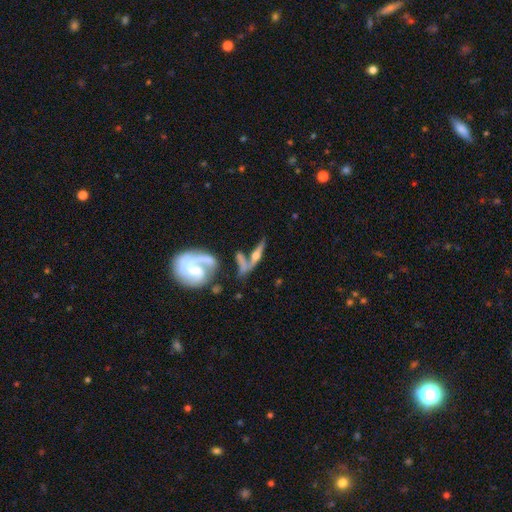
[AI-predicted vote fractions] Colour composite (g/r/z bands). It shows a featured or disk galaxy (70%) viewed edge-on (63%). Merging: none (38%).